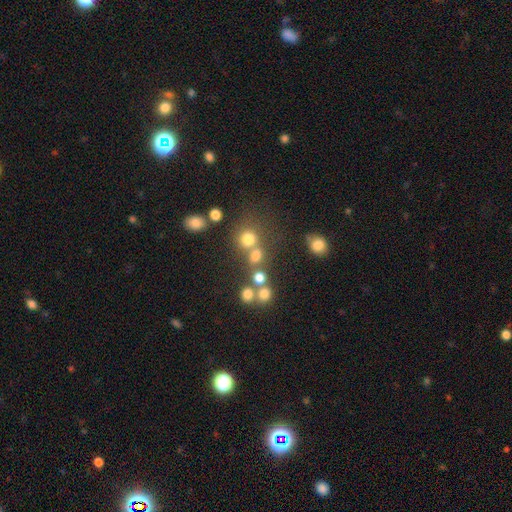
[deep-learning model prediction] The model was most divided on "merging": none: 57%, merger: 28%, minor disturbance: 9%, major disturbance: 6%. More confident: how rounded — round (82%); smooth or featured — smooth (72%).